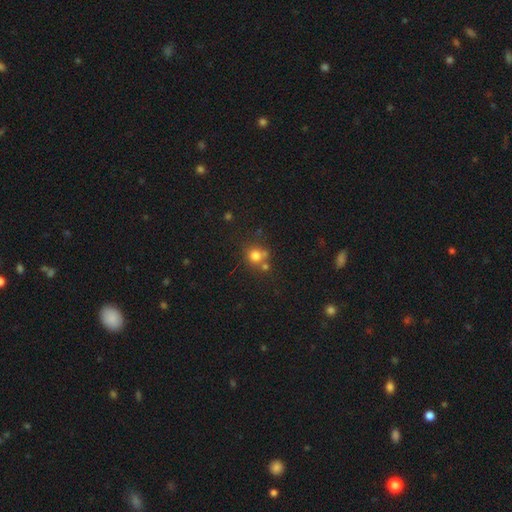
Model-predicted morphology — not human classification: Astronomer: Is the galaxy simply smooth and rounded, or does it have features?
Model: smooth — 75%.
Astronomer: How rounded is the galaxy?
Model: round — 86%.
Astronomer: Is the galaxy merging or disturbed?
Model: none — 56%.